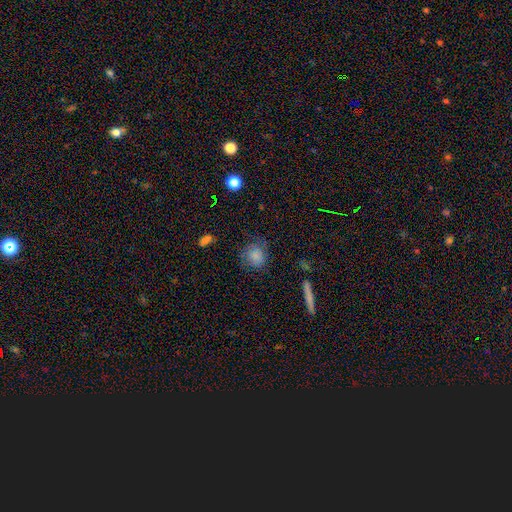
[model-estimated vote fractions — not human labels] smooth_or_featured: smooth (p=0.78) [alt: featured or disk p=0.12]
how_rounded: round (p=0.81) [alt: in between p=0.18]
merging: none (p=0.69) [alt: minor disturbance p=0.20]